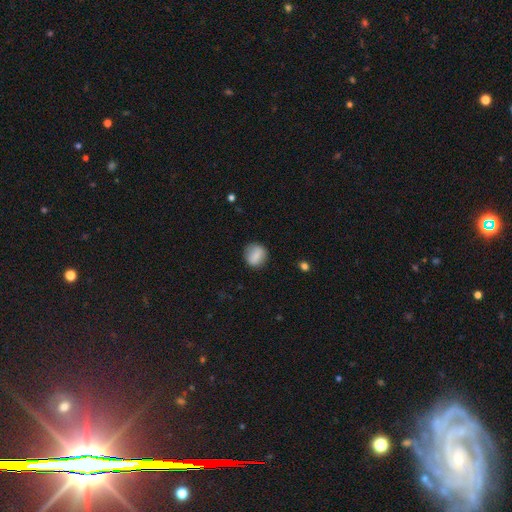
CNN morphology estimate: Smooth or featured? Predicted: smooth (p=0.78). How rounded? Predicted: round (p=0.78). Merging? Predicted: none (p=0.84).